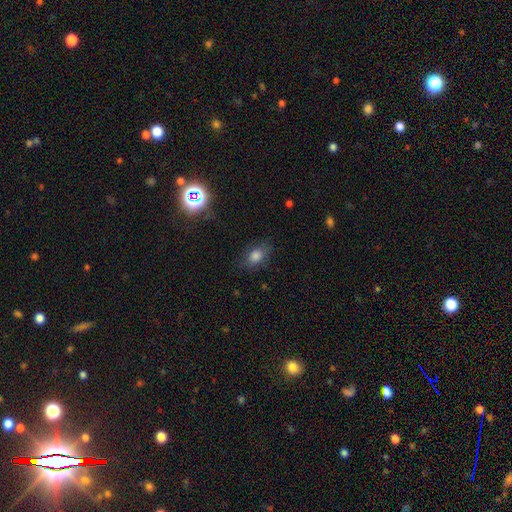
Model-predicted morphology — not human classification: Smooth or featured: smooth — 76% (star or artifact — 15%)
How rounded: in between — 76% (round — 21%)
Merging: none — 77% (minor disturbance — 16%)